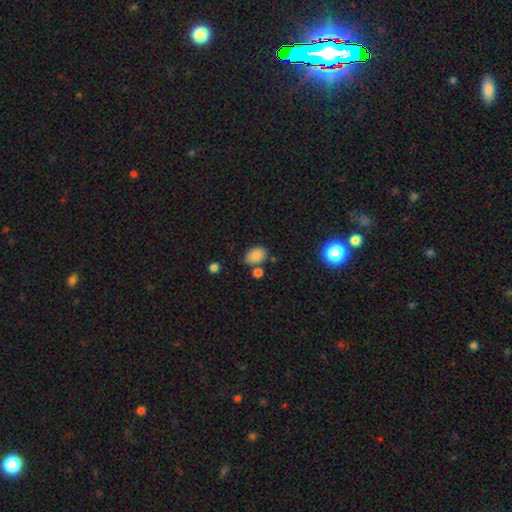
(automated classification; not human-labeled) A smooth galaxy with no disk features (83%) that is in between round and cigar-shaped (79%). Merging: none (68%).